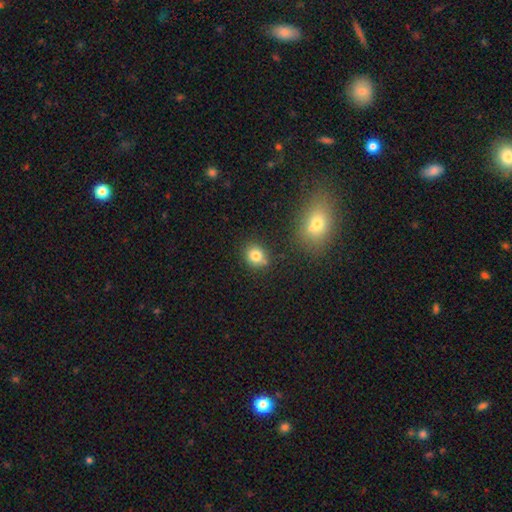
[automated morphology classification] smooth 81%, star or artifact 12%, featured or disk 8%. Down the decision tree: how rounded — round (74%); merging — none (75%).